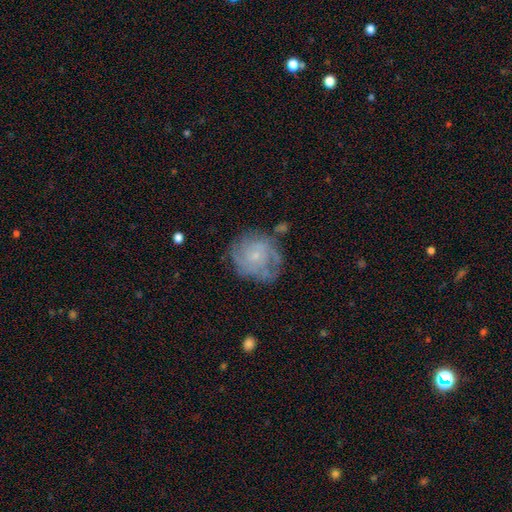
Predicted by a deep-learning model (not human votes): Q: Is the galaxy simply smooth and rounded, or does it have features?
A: featured or disk — 66%.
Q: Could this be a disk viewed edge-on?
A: no — 98%.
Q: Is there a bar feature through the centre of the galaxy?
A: no — 80%.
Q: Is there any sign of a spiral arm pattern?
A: yes — 79%.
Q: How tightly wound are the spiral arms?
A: tight — 56%.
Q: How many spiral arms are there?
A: can't tell — 50%.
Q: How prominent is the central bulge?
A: small — 78%.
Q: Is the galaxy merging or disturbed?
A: none — 62%.